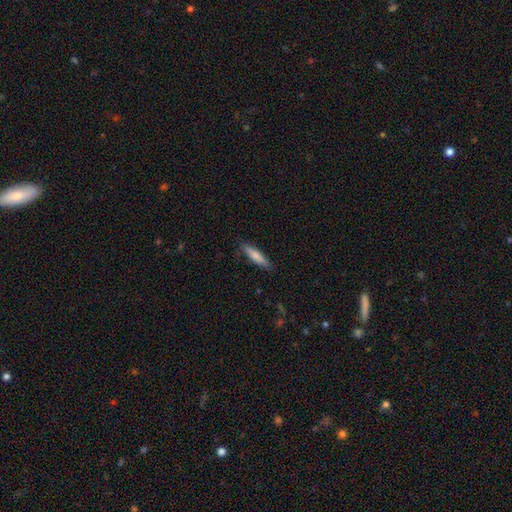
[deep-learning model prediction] A smooth galaxy with no disk features (78%) that is cigar-shaped (79%). Merging: none (85%).